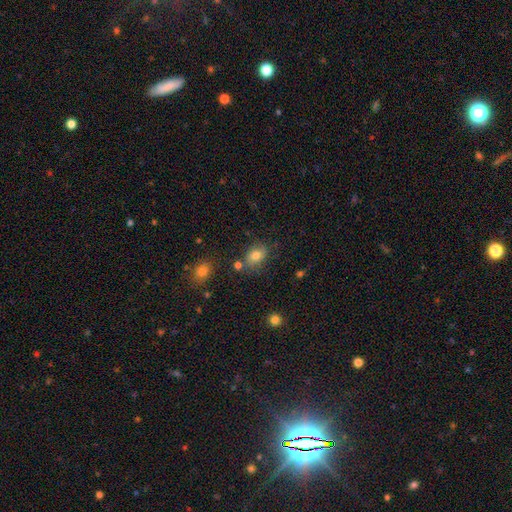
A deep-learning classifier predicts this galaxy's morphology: Q: Smooth or featured?
A: smooth (77%); runner-up: featured or disk (12%)
Q: How rounded?
A: in between (77%); runner-up: round (21%)
Q: Merging?
A: none (68%); runner-up: minor disturbance (17%)